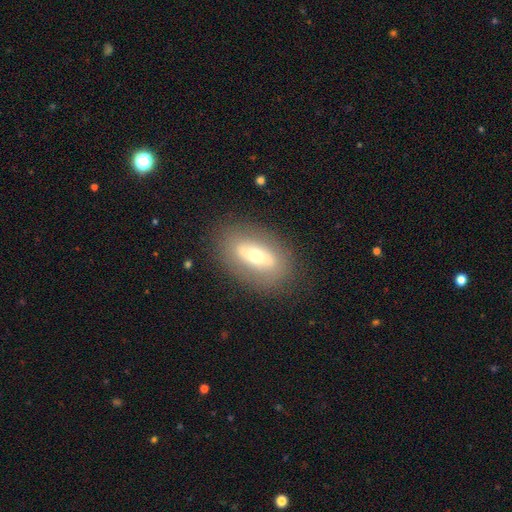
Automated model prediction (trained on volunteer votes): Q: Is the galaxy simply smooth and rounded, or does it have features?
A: featured or disk — 46%.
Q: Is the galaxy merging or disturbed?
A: none — 83%.